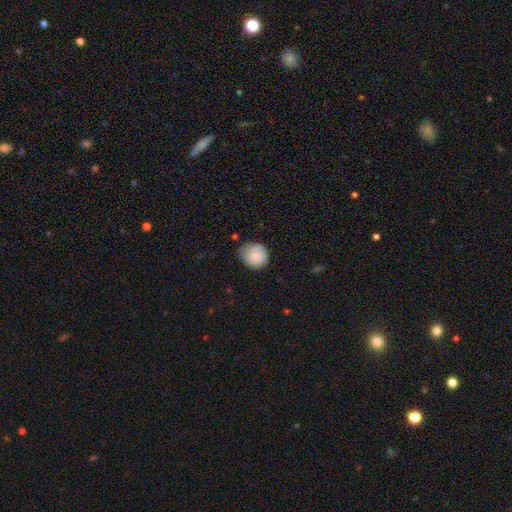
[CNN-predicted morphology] This is clearly a smooth galaxy (84%). How rounded: clearly round (83%). Merging: likely none (62%).